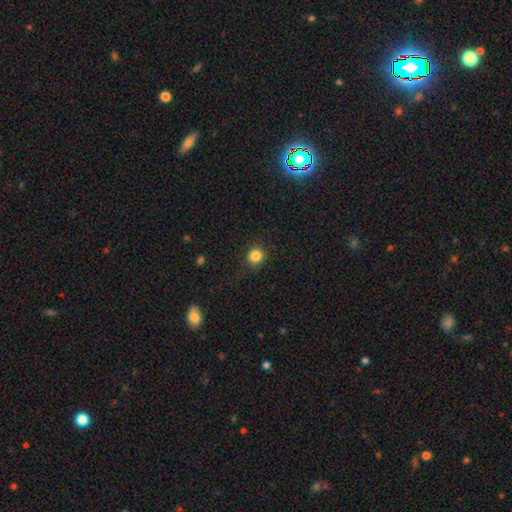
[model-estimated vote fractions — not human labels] A smooth galaxy with no disk features (84%) that is round (91%). Merging: none (88%).